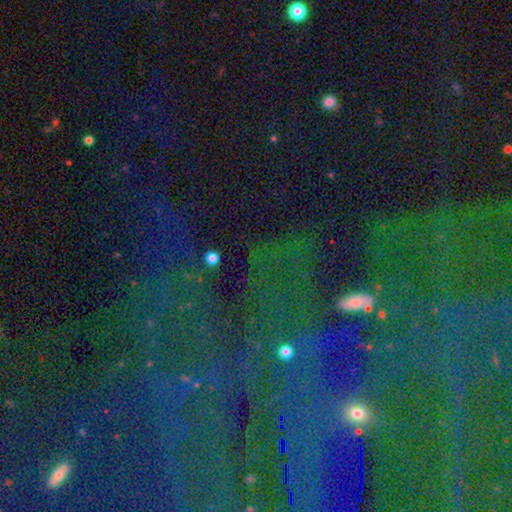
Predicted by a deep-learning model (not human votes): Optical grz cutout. It shows a star or artifact, not a galaxy (67%).